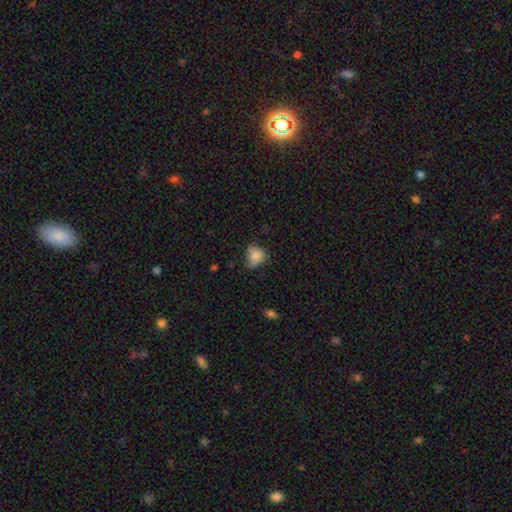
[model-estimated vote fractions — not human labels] This appears to be a smooth galaxy with no disk features (79%) that is round (52%). Merging: minor disturbance (41%, tied with none).